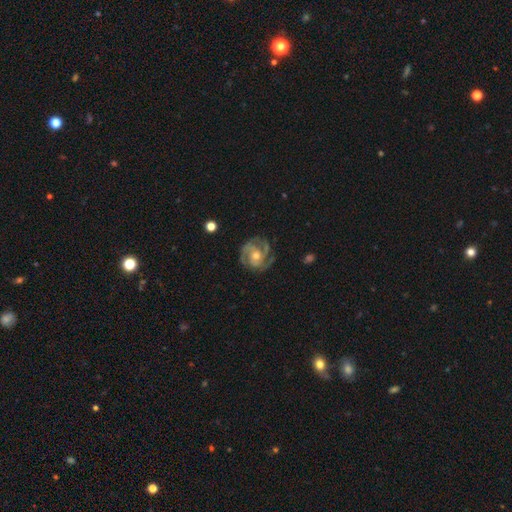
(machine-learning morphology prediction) Smooth or featured: featured or disk — 88% (smooth — 7%)
Edge-on disk: no — 98% (yes — 2%)
Bar: no — 65% (weak — 27%)
Spiral arms: yes — 97% (no — 3%)
Spiral winding: tight — 56% (medium — 37%)
Spiral arm count: 3 — 44% (2 — 28%)
Bulge size: moderate — 67% (small — 27%)
Merging: none — 77% (minor disturbance — 16%)